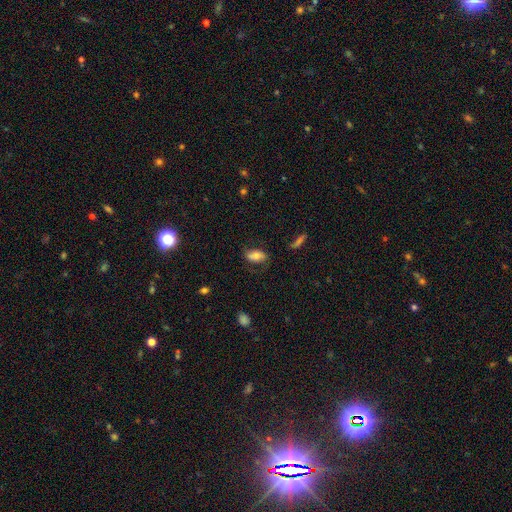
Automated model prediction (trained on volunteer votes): Q: Smooth or featured?
A: smooth (62%); runner-up: featured or disk (29%)
Q: How rounded?
A: in between (88%); runner-up: cigar-shaped (6%)
Q: Merging?
A: none (65%); runner-up: minor disturbance (21%)